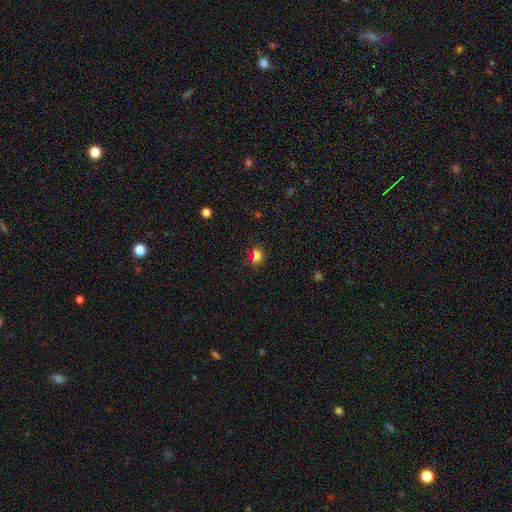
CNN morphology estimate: This is likely a smooth galaxy (76%). How rounded: possibly round (55%). Merging: likely none (79%).